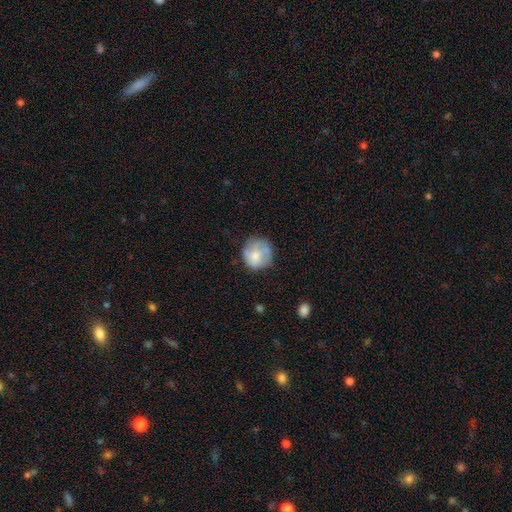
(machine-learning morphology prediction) Q: Smooth or featured?
A: smooth (63%); runner-up: featured or disk (30%)
Q: How rounded?
A: round (86%); runner-up: in between (13%)
Q: Merging?
A: none (64%); runner-up: minor disturbance (24%)